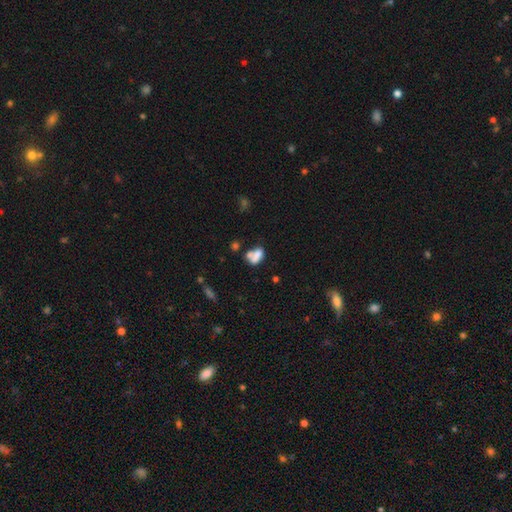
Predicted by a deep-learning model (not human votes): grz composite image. It shows a smooth galaxy with no disk features (67%) that is in between round and cigar-shaped (80%). Merging: merger (48%).